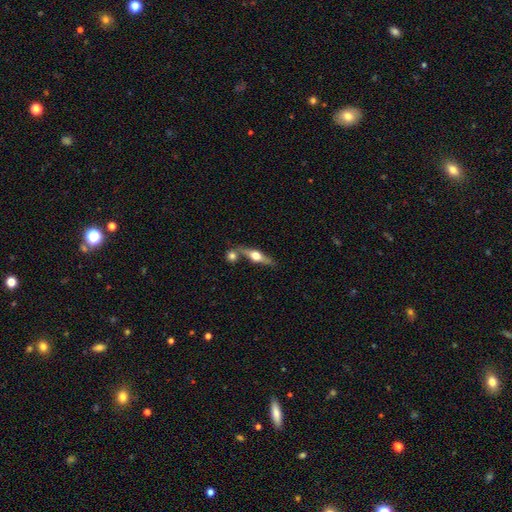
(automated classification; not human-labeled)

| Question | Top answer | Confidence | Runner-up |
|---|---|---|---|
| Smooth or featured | featured or disk | 68% | smooth (26%) |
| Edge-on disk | yes | 93% | no (7%) |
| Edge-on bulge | rounded | 95% | boxy (3%) |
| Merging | none | 63% | merger (22%) |